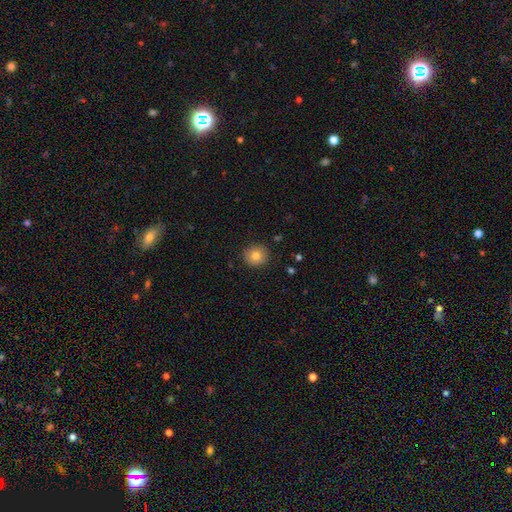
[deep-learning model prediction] smooth 80%, star or artifact 10%, featured or disk 10%. Down the decision tree: how rounded — round (88%); merging — none (90%).